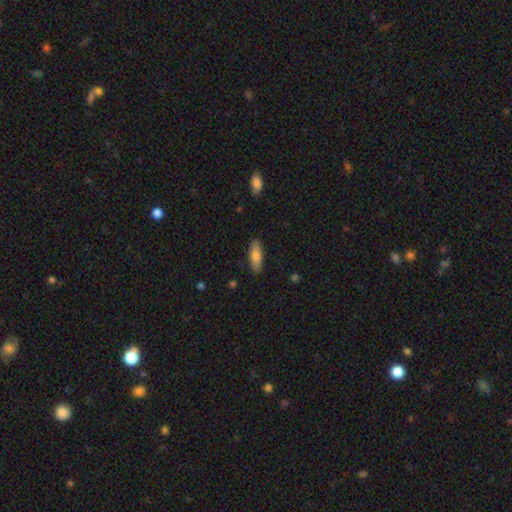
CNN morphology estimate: Overall: smooth (80%). How rounded: in between (65%; cigar-shaped 33%). Merging: none (87%).